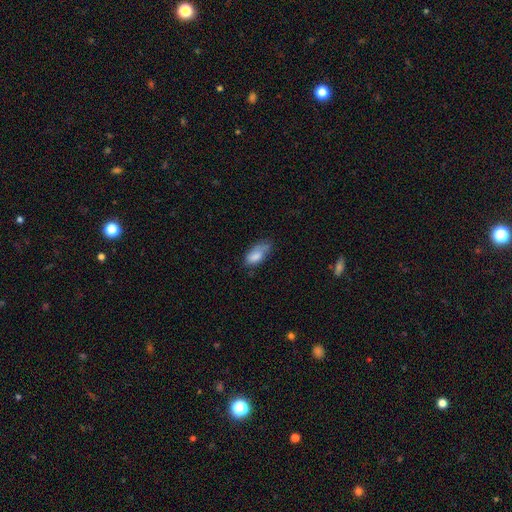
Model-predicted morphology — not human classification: A smooth galaxy with no disk features (79%) that is in between round and cigar-shaped (88%). Merging: none (44%).